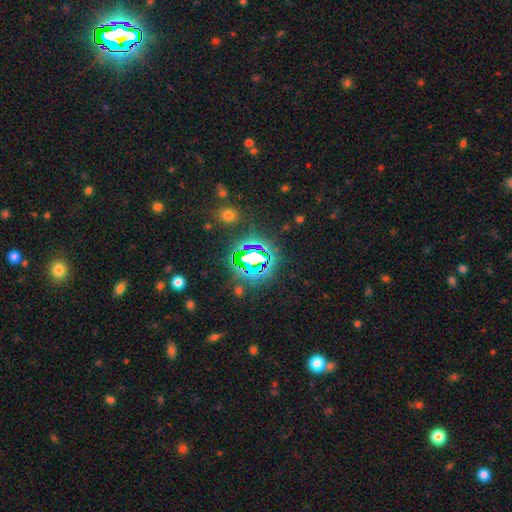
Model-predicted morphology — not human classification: Smooth or featured: star or artifact — 74% (smooth — 15%)